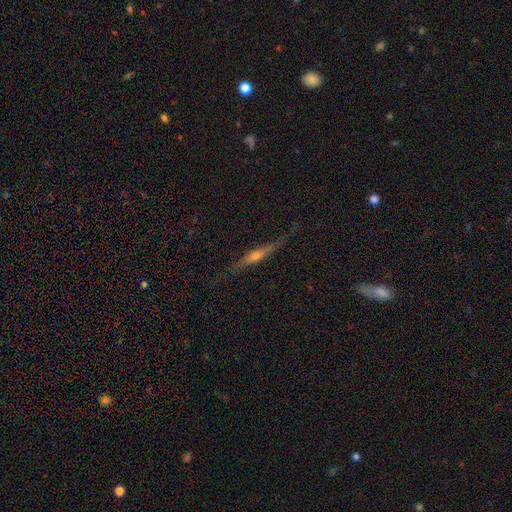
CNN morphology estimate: This appears to be a featured or disk galaxy (75%) viewed edge-on (97%) with a rounded central bulge (84%). Merging: none (81%).